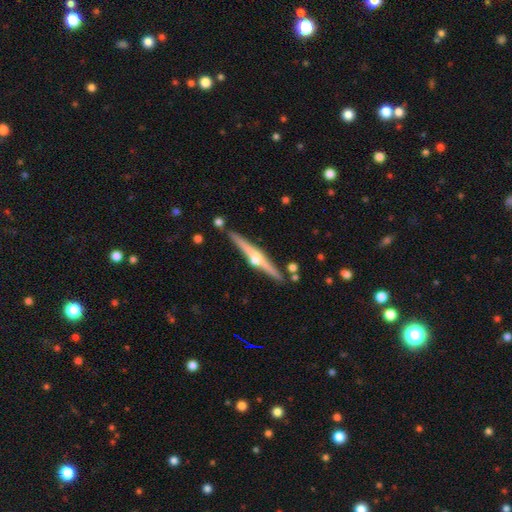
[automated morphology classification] Overall: featured or disk (80%). Edge-on disk: yes (98%). Edge-on bulge: rounded (91%). Merging: none (87%).